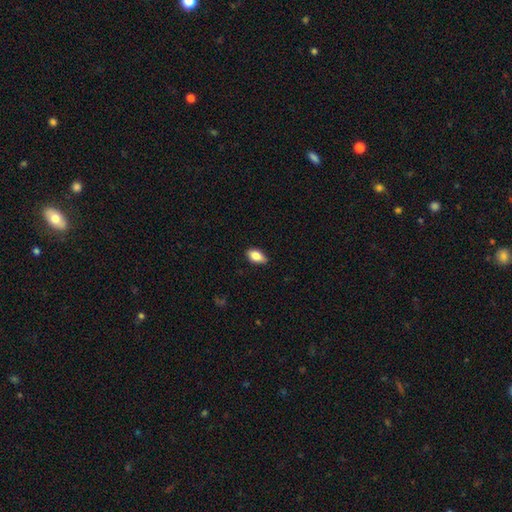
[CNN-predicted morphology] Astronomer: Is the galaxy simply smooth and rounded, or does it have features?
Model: smooth — 82%.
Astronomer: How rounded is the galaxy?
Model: in between — 90%.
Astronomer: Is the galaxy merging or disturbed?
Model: none — 81%.